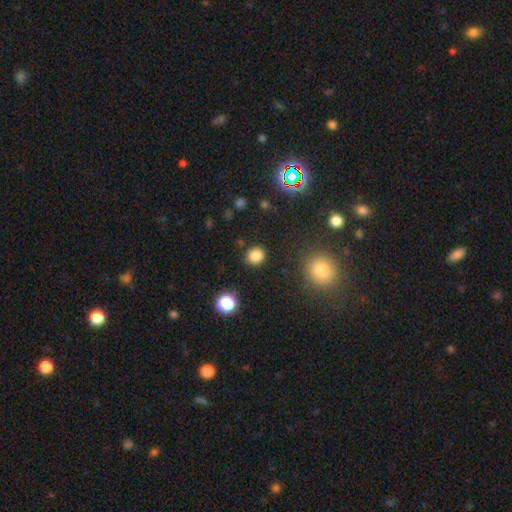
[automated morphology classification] Smooth or featured: smooth — 82% (star or artifact — 14%)
How rounded: round — 81% (in between — 18%)
Merging: none — 87% (minor disturbance — 8%)